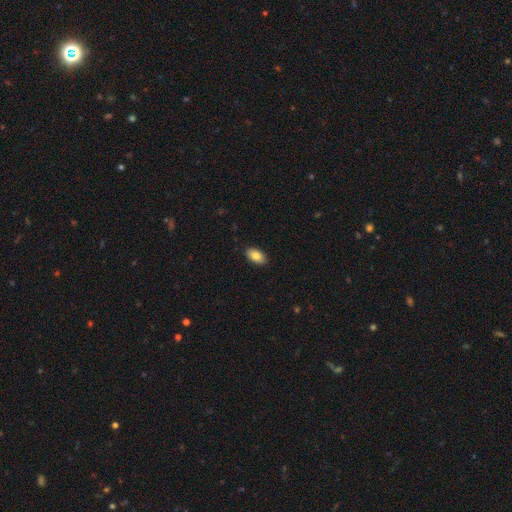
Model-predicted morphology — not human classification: Smooth or featured? smooth (83%)
How rounded? in between (93%)
Merging? none (89%)